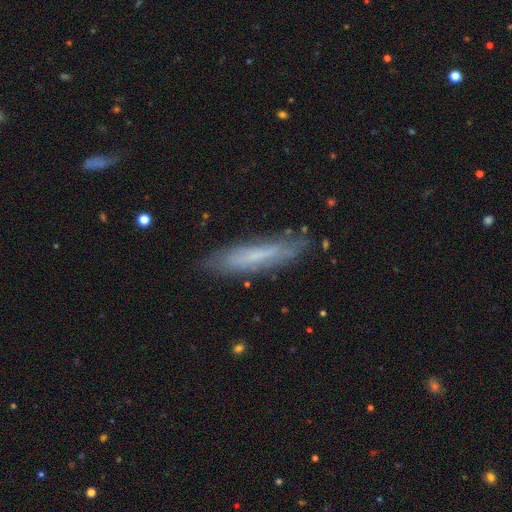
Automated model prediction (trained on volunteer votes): The model was most divided on "smooth or featured": smooth: 52%, featured or disk: 40%, star or artifact: 8%. More confident: how rounded — cigar-shaped (82%); merging — none (75%).